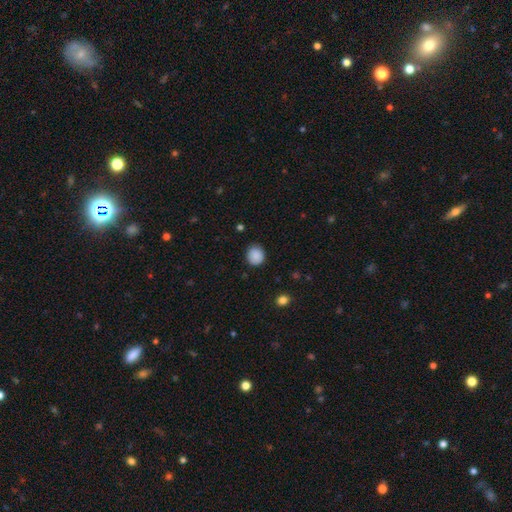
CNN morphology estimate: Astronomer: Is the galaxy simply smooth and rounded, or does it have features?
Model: smooth — 88%.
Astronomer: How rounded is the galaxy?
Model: round — 79%.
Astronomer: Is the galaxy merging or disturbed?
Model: none — 84%.